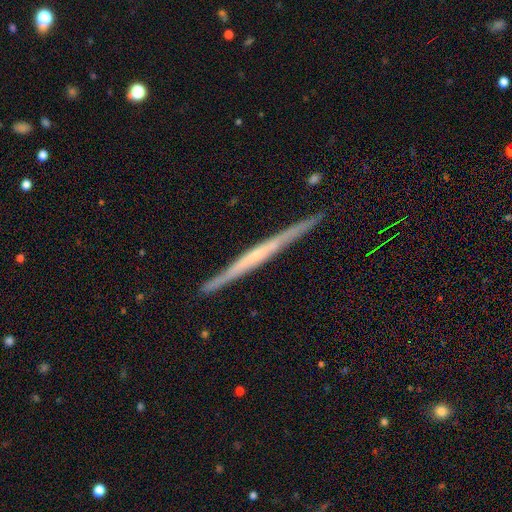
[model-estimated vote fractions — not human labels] A featured or disk galaxy (71%) viewed edge-on (97%) with no central bulge (70%).

Vote fractions:
- Smooth or featured? featured or disk: 71% / smooth: 23% / star or artifact: 6%
- Edge-on disk? yes: 97% / no: 3%
- Edge-on bulge? none: 70% / rounded: 22% / boxy: 8%
- Merging? none: 90% / minor disturbance: 7% / major disturbance: 1% / merger: 1%